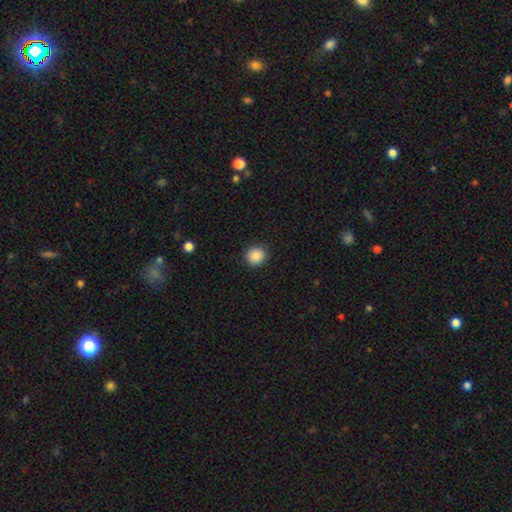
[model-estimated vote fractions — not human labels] A smooth galaxy with no disk features (88%) that is round (90%).

Vote fractions:
- Smooth or featured? smooth: 88% / star or artifact: 9% / featured or disk: 3%
- How rounded? round: 90% / in between: 9% / cigar-shaped: 1%
- Merging? none: 91% / minor disturbance: 6% / major disturbance: 2% / merger: 1%